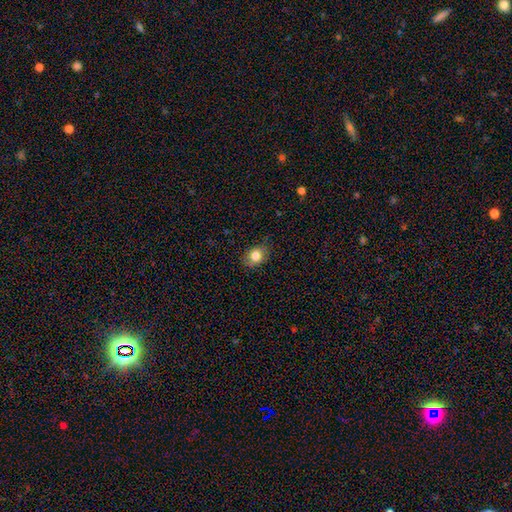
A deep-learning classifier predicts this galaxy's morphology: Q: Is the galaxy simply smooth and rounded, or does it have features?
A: smooth — 80%.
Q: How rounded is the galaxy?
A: in between — 61%.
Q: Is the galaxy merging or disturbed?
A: none — 76%.